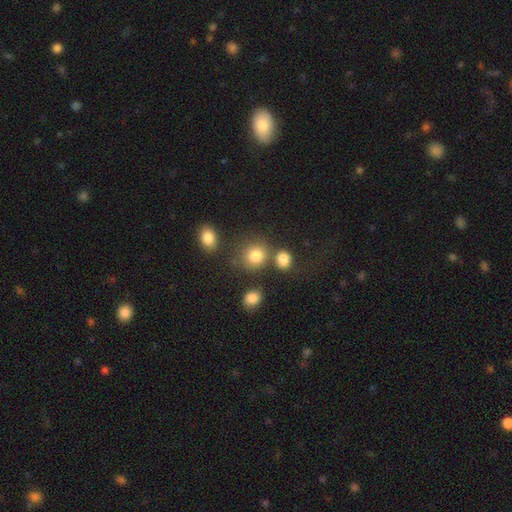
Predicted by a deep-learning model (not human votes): smooth-or-featured: smooth: 82% | star or artifact: 12% | featured or disk: 7%
  how-rounded: round: 82% | in between: 17% | cigar-shaped: 1%
  merging: none: 68% | merger: 17% | minor disturbance: 11% | major disturbance: 5%